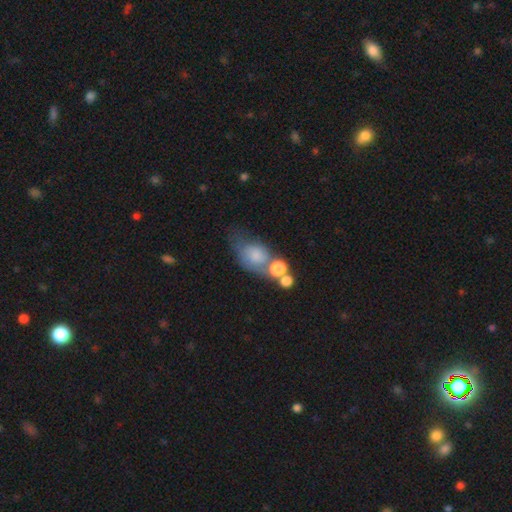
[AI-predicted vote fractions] This is likely a smooth galaxy (63%). How rounded: likely in between (67%). Merging: marginally merger (30%).